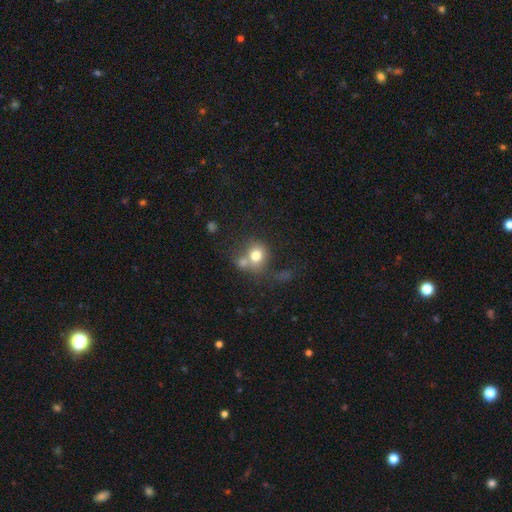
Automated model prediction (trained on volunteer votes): smooth 75%, featured or disk 14%, star or artifact 11%. Down the decision tree: how rounded — round (74%); merging — none (41%).